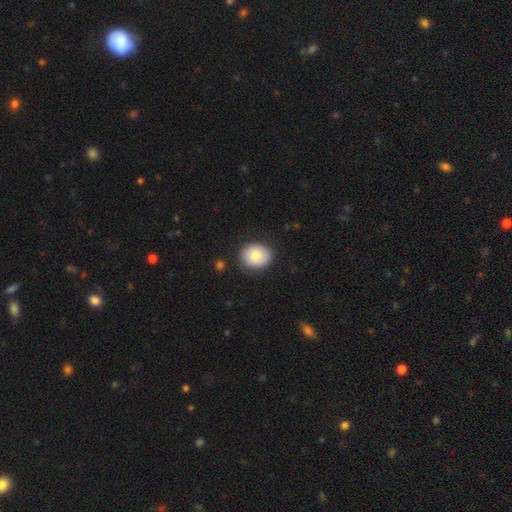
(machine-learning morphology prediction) smooth_or_featured: smooth (p=0.82) [alt: featured or disk p=0.11]
how_rounded: round (p=0.70) [alt: in between p=0.29]
merging: none (p=0.87) [alt: minor disturbance p=0.09]